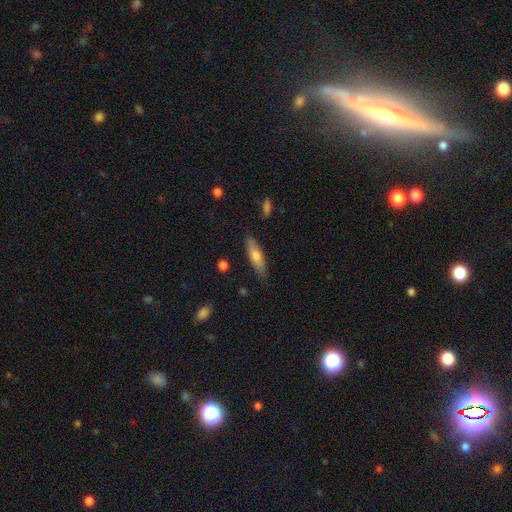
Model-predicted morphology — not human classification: Overall: smooth (67%). How rounded: cigar-shaped (62%; in between 36%). Merging: none (83%).